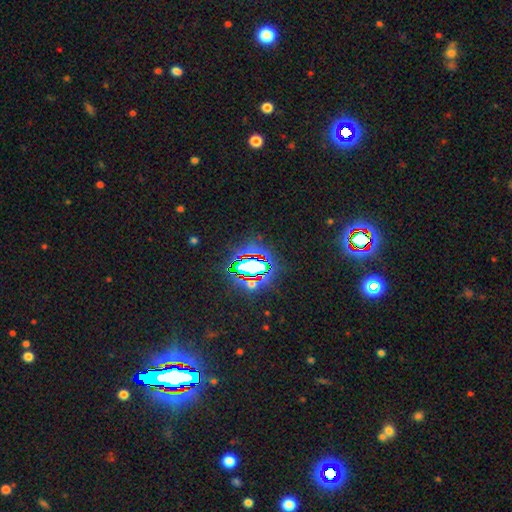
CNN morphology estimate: This is clearly a star or artifact rather than a galaxy (83%).